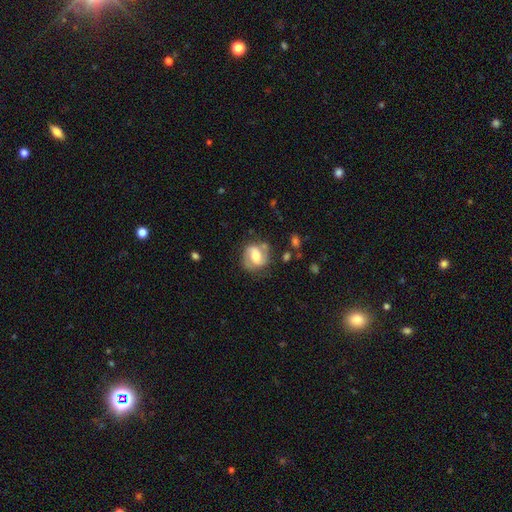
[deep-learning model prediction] This is likely a featured or disk galaxy (62%). It is clearly not viewed edge-on (97%). Bar: marginally weak (45%). Spiral arm pattern: clearly yes (85%). Spiral arm count: clearly 2 (83%). Spiral winding: possibly medium (46%). Central bulge: likely moderate (65%). Merging: likely none (71%).